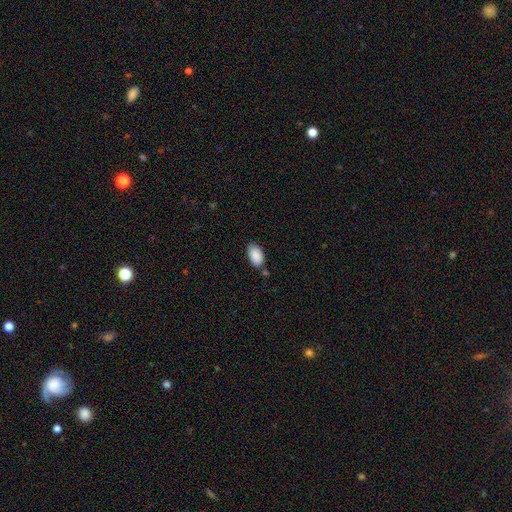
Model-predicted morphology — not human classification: A smooth galaxy with no disk features (90%) that is in between round and cigar-shaped (94%).

Vote fractions:
- Smooth or featured? smooth: 90% / star or artifact: 7% / featured or disk: 4%
- How rounded? in between: 94% / round: 5% / cigar-shaped: 1%
- Merging? none: 73% / minor disturbance: 19% / merger: 5% / major disturbance: 3%